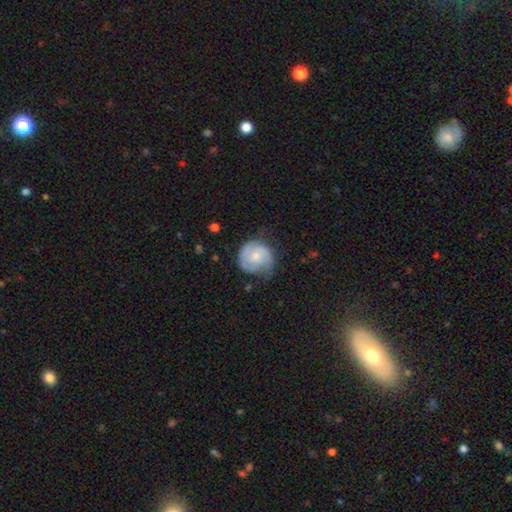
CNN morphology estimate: Overall: featured or disk (51%; smooth 43%). Edge-on disk: no (98%). Merging: none (52%; minor disturbance 32%).